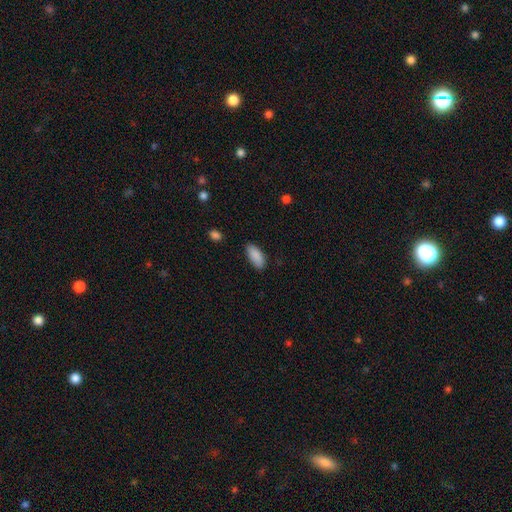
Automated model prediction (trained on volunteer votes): This appears to be a smooth galaxy with no disk features (89%) that is in between round and cigar-shaped (86%). Merging: none (84%).